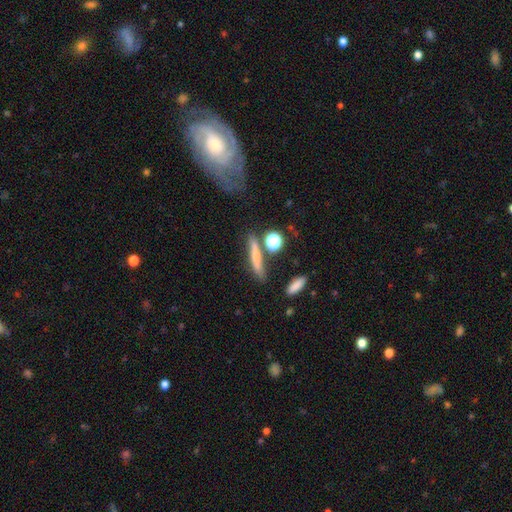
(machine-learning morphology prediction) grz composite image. It shows a smooth galaxy with no disk features (67%) that is cigar-shaped (75%). Merging: none (68%).